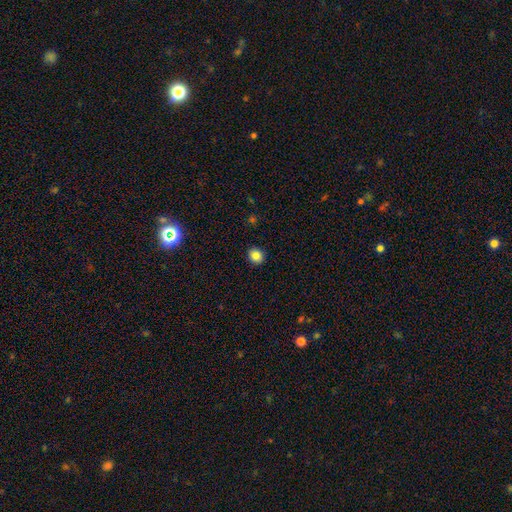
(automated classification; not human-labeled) Smooth or featured?
  - smooth: 84% *
  - star or artifact: 10%
  - featured or disk: 6%
How rounded?
  - round: 80% *
  - in between: 19%
  - cigar-shaped: 1%
Merging?
  - none: 91% *
  - minor disturbance: 6%
  - major disturbance: 2%
  - merger: 1%